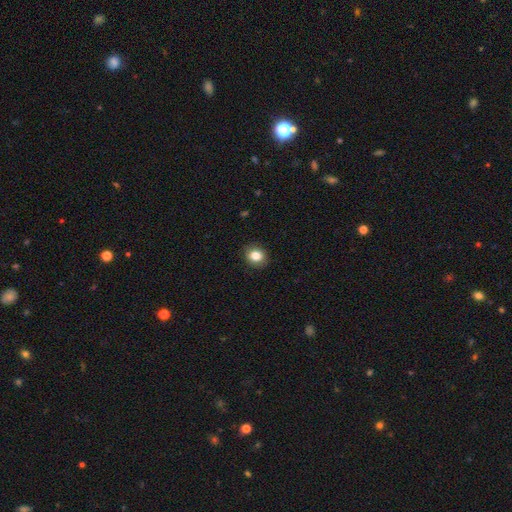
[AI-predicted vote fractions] Smooth or featured? smooth (83%)
How rounded? round (66%)
Merging? none (89%)